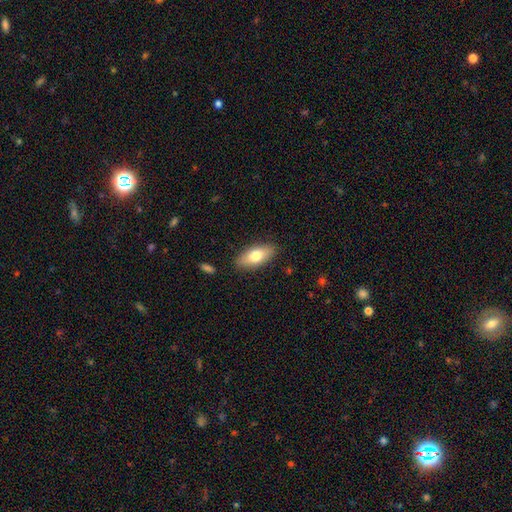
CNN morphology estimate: This appears to be a smooth galaxy with no disk features (75%) that is in between round and cigar-shaped (84%). Merging: none (86%).